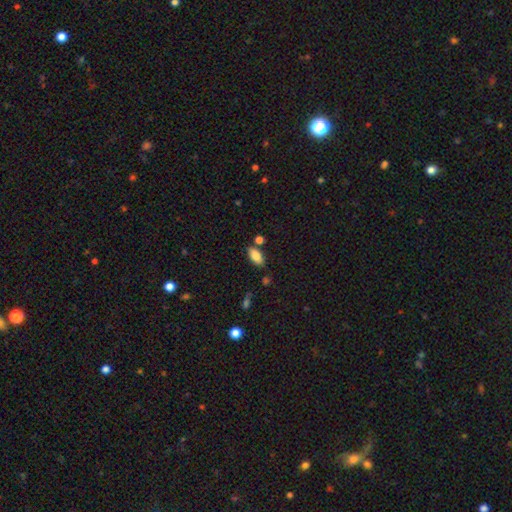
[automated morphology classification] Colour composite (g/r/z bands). It shows a smooth galaxy with no disk features (85%) that is in between round and cigar-shaped (90%). Merging: none (78%).